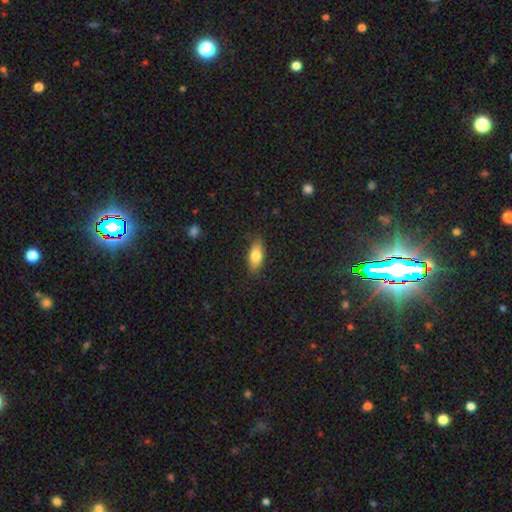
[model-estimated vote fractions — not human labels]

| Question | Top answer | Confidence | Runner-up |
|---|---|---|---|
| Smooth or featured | smooth | 79% | featured or disk (14%) |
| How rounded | in between | 82% | cigar-shaped (16%) |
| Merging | none | 83% | minor disturbance (13%) |